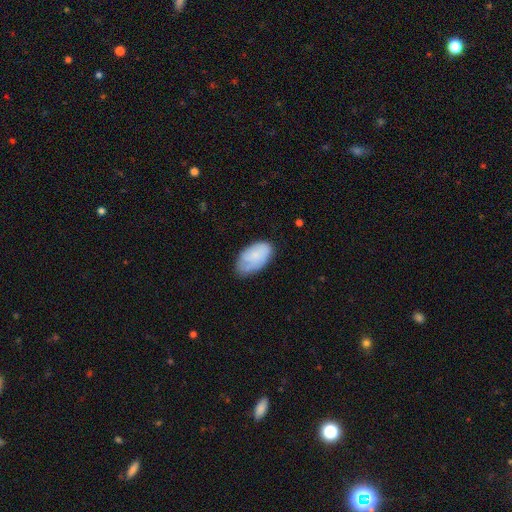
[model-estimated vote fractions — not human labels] smooth_or_featured: smooth (p=0.74) [alt: featured or disk p=0.20]
how_rounded: in between (p=0.95) [alt: round p=0.04]
merging: none (p=0.61) [alt: minor disturbance p=0.30]